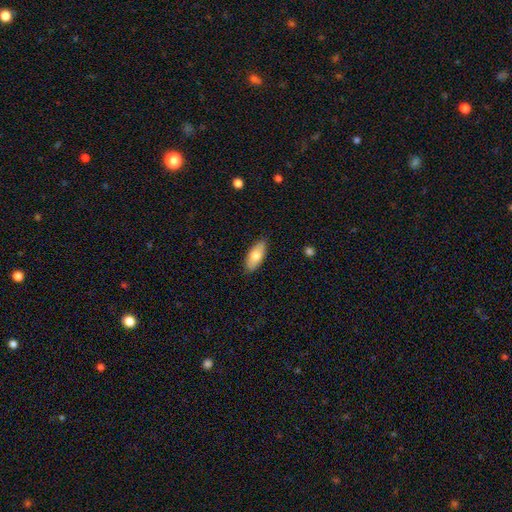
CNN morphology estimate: smooth 74%, featured or disk 20%, star or artifact 6%. Down the decision tree: how rounded — in between (84%); merging — none (87%).